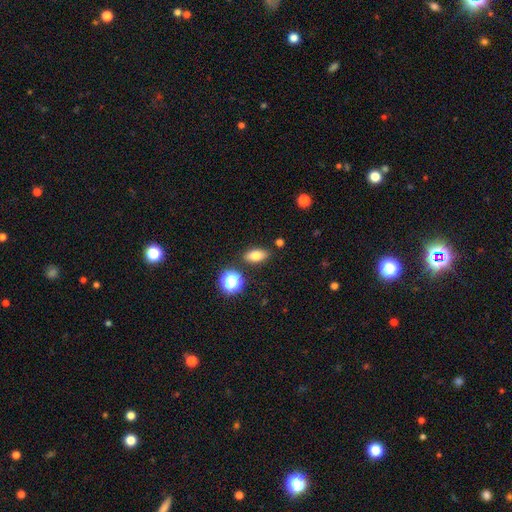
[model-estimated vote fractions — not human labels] The model was most divided on "smooth or featured": smooth: 76%, featured or disk: 13%, star or artifact: 12%. More confident: merging — none (85%); how rounded — in between (82%).